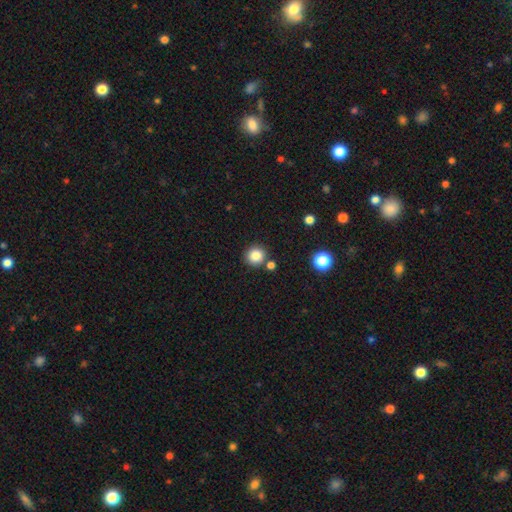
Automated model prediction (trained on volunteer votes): A smooth galaxy with no disk features (84%) that is round (92%). Merging: none (81%).